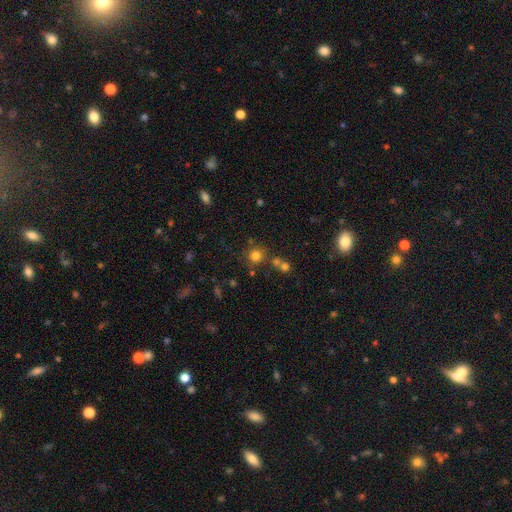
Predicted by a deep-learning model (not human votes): Smooth or featured? Predicted: smooth (p=0.75). How rounded? Predicted: round (p=0.91). Merging? Predicted: none (p=0.71).